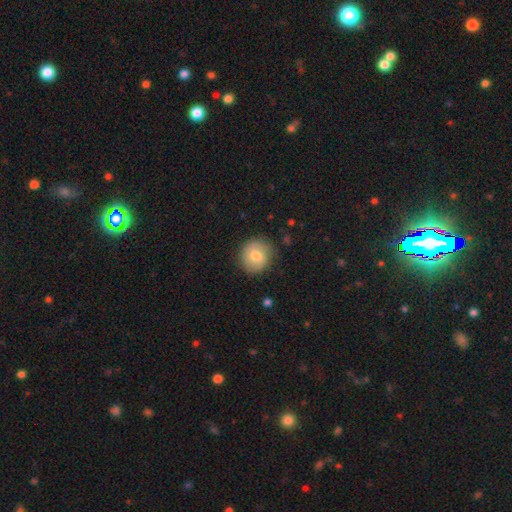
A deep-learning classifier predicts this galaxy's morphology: smooth-or-featured: smooth: 73% | featured or disk: 19% | star or artifact: 8%
  how-rounded: round: 89% | in between: 10% | cigar-shaped: 1%
  merging: none: 82% | minor disturbance: 13% | major disturbance: 3% | merger: 1%